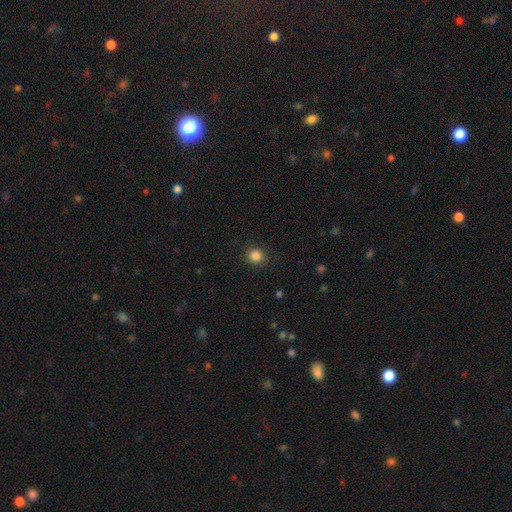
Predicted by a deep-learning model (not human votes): Overall: smooth (85%). How rounded: round (87%). Merging: none (89%).